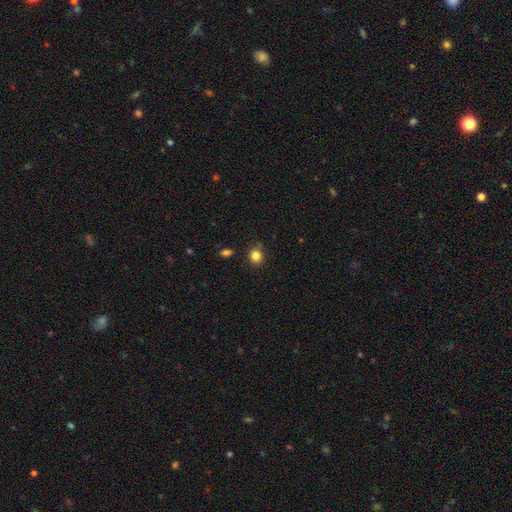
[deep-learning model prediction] smooth 84%, star or artifact 12%, featured or disk 5%. Down the decision tree: how rounded — round (78%); merging — none (84%).